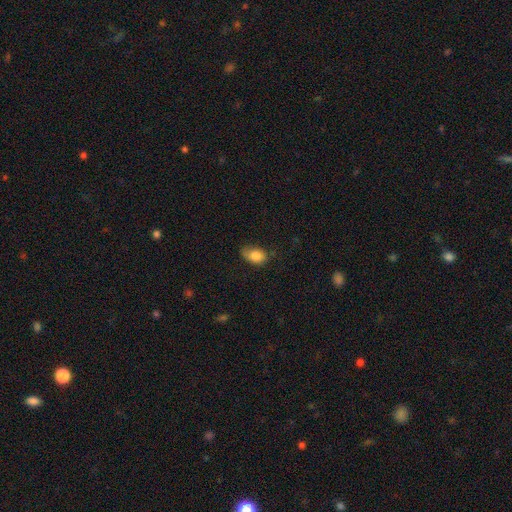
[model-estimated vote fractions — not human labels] This is clearly a smooth galaxy (82%). How rounded: likely in between (78%). Merging: possibly none (53%).